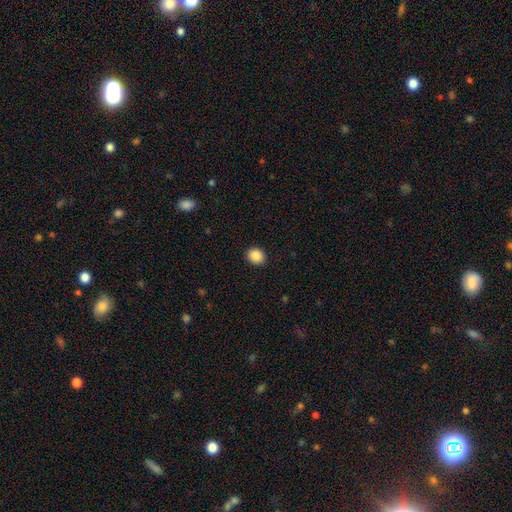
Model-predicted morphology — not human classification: Smooth or featured? smooth (88%)
How rounded? round (65%)
Merging? none (91%)